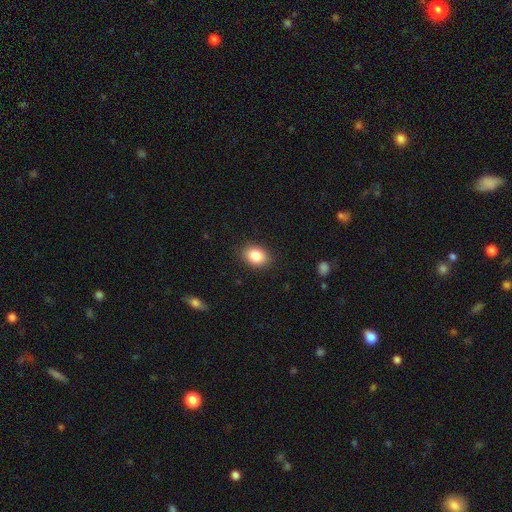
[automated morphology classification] Smooth or featured?
  - smooth: 85% *
  - star or artifact: 8%
  - featured or disk: 6%
How rounded?
  - in between: 71% *
  - round: 28%
  - cigar-shaped: 1%
Merging?
  - none: 88% *
  - minor disturbance: 9%
  - major disturbance: 2%
  - merger: 1%